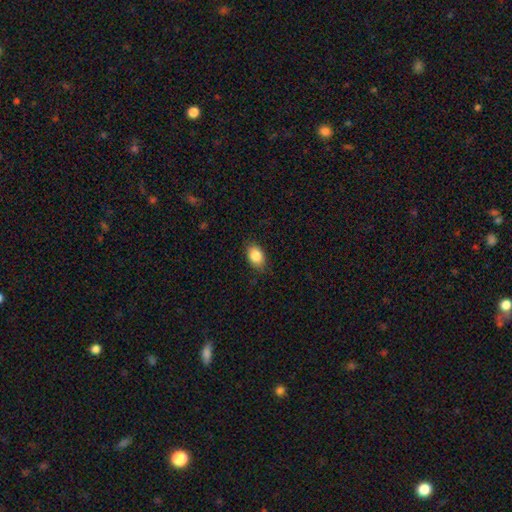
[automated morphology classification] Smooth or featured? smooth (86%)
How rounded? in between (83%)
Merging? none (83%)